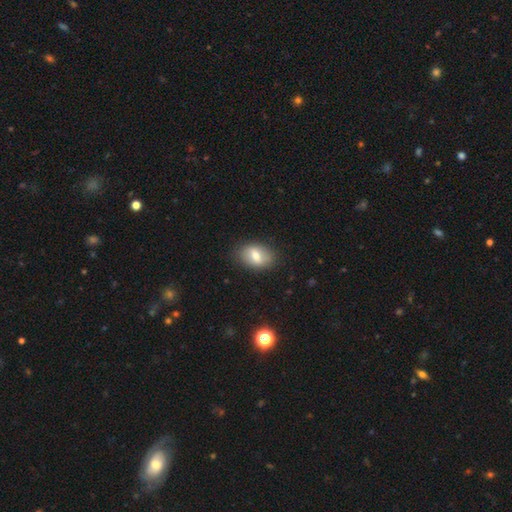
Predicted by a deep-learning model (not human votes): This appears to be a smooth galaxy with no disk features (66%) that is in between round and cigar-shaped (82%). Merging: none (83%).